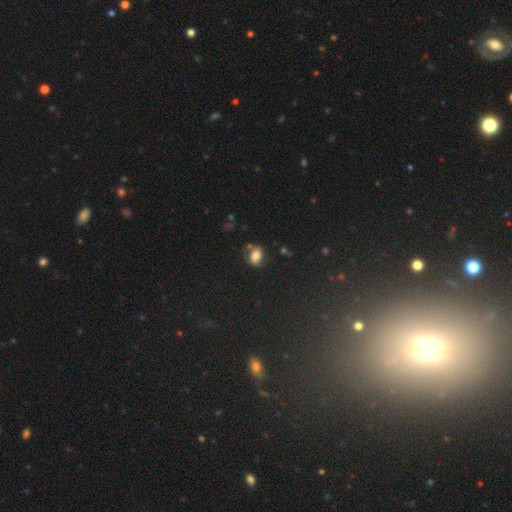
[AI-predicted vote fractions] smooth 74%, featured or disk 14%, star or artifact 12%. Down the decision tree: how rounded — in between (70%); merging — none (69%).